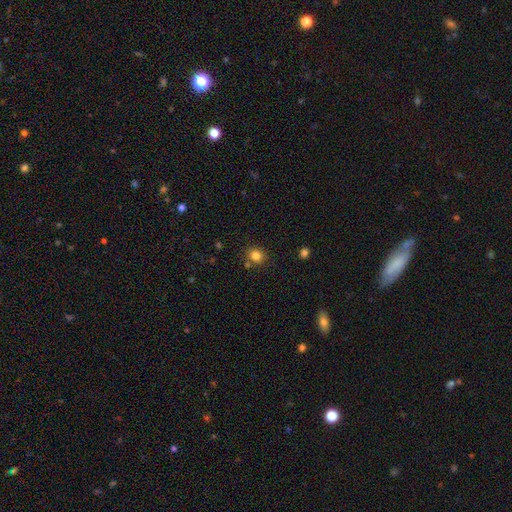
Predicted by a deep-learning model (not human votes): A smooth galaxy with no disk features (82%) that is round (81%).

Vote fractions:
- Smooth or featured? smooth: 82% / star or artifact: 13% / featured or disk: 5%
- How rounded? round: 81% / in between: 18% / cigar-shaped: 1%
- Merging? none: 78% / minor disturbance: 10% / merger: 8% / major disturbance: 3%